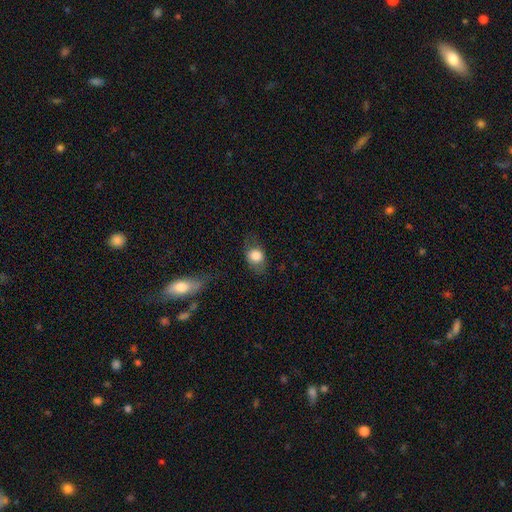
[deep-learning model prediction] A smooth galaxy with no disk features (78%) that is in between round and cigar-shaped (52%).

Vote fractions:
- Smooth or featured? smooth: 78% / featured or disk: 14% / star or artifact: 8%
- How rounded? in between: 52% / round: 46% / cigar-shaped: 2%
- Merging? none: 66% / minor disturbance: 21% / major disturbance: 11% / merger: 2%